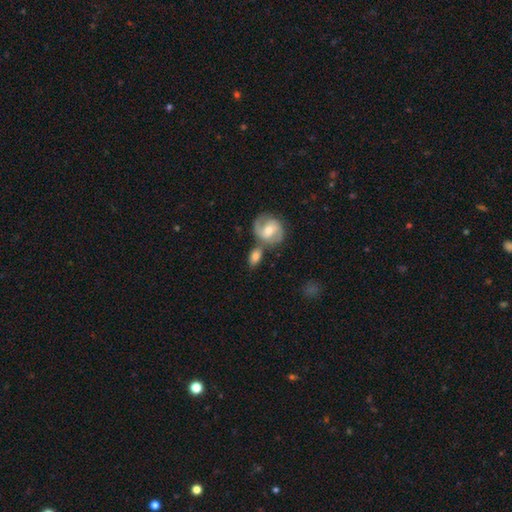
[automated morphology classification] Overall: featured or disk (51%; smooth 40%). Edge-on disk: no (93%). Merging: none (56%; merger 26%).